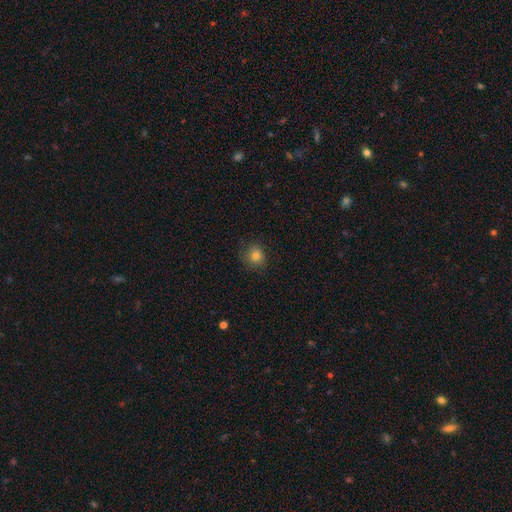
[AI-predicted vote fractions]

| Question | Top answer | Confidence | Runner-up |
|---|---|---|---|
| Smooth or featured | smooth | 80% | star or artifact (12%) |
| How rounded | round | 81% | in between (18%) |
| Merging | none | 77% | minor disturbance (17%) |